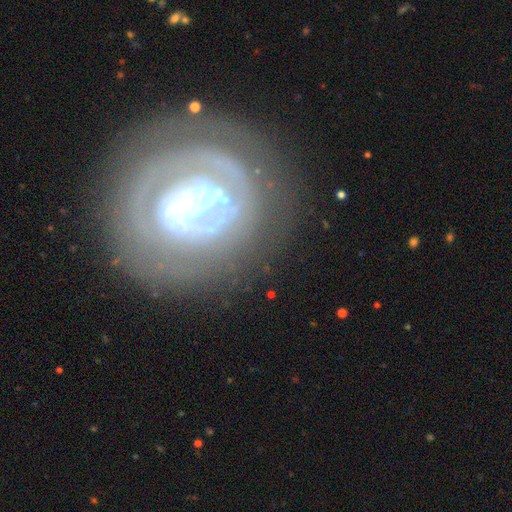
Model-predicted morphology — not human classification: A featured or disk galaxy (79%) with a strong bar (46%), spiral arms (66%) and a small central bulge (41%). Merging: none (76%).